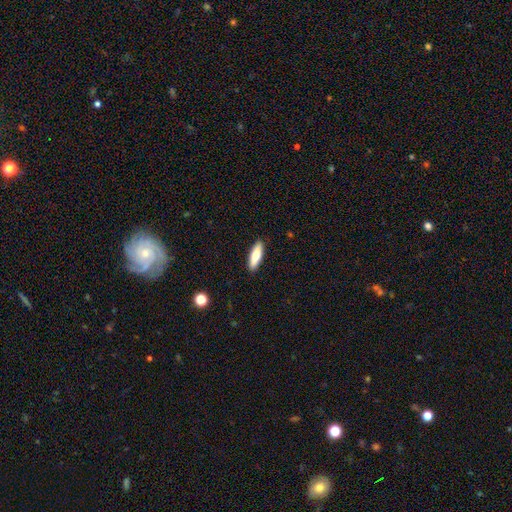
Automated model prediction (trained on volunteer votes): Morphology: type=smooth (74%); roundness=cigar-shaped (52%); merging=none (90%).